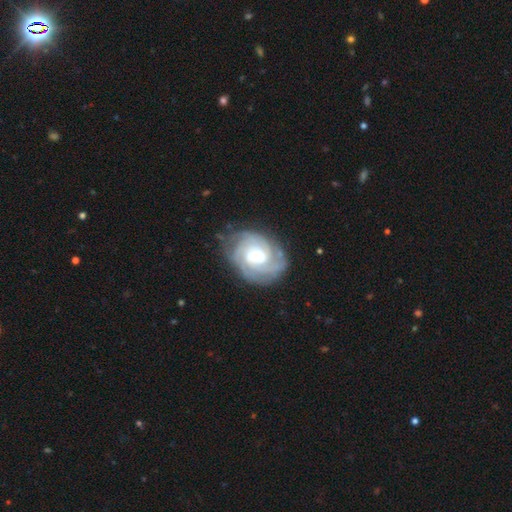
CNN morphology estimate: A featured or disk galaxy (84%) with a weak bar (48%), 2 (31%) tight (70%) spiral arms (96%) and a moderate central bulge (46%).

Vote fractions:
- Smooth or featured? featured or disk: 84% / smooth: 10% / star or artifact: 5%
- Edge-on disk? no: 98% / yes: 2%
- Bar? weak: 48% / no: 38% / strong: 14%
- Spiral arms? yes: 96% / no: 4%
- Spiral winding? tight: 70% / medium: 26% / loose: 4%
- Spiral arm count? 2: 31% / can't tell: 29% / 3: 21% / 4: 8% / 1: 5% / more than 4: 5%
- Bulge size? moderate: 46% / small: 25% / large: 20% / none: 7% / dominant: 2%
- Merging? none: 73% / minor disturbance: 18% / major disturbance: 7% / merger: 1%